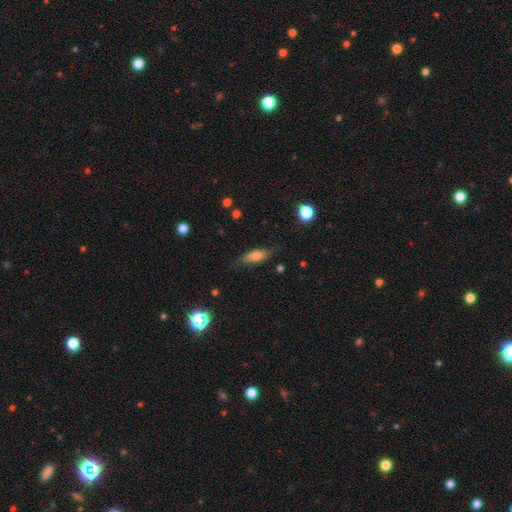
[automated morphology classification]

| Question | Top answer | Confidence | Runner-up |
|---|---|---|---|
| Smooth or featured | smooth | 71% | featured or disk (20%) |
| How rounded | in between | 63% | cigar-shaped (33%) |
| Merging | none | 75% | minor disturbance (19%) |